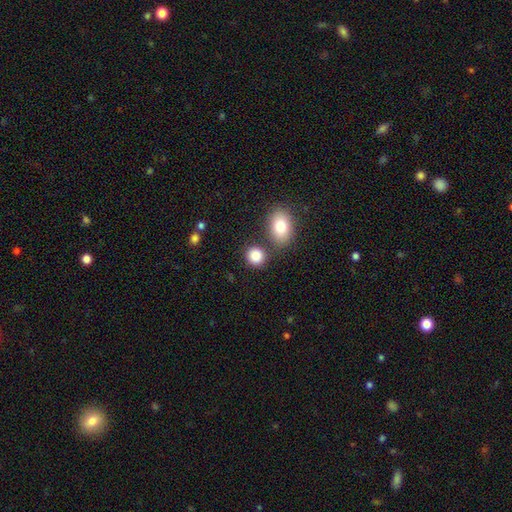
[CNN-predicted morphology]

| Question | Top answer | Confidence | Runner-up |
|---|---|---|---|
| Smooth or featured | smooth | 86% | star or artifact (9%) |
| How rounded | round | 76% | in between (23%) |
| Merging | none | 75% | merger (12%) |